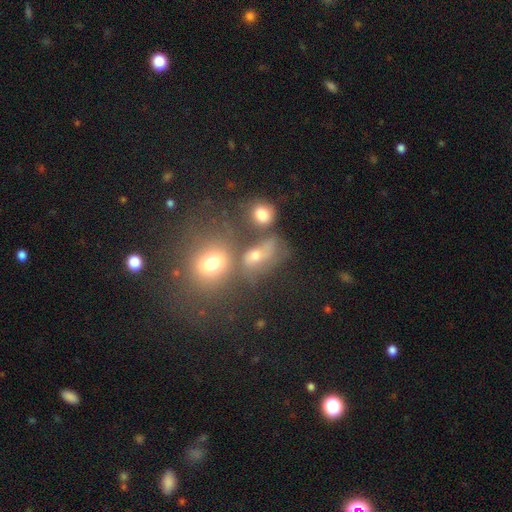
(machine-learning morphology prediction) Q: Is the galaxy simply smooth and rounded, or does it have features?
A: smooth — 60%.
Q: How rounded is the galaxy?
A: in between — 59%.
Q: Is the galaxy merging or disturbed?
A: none — 37%.